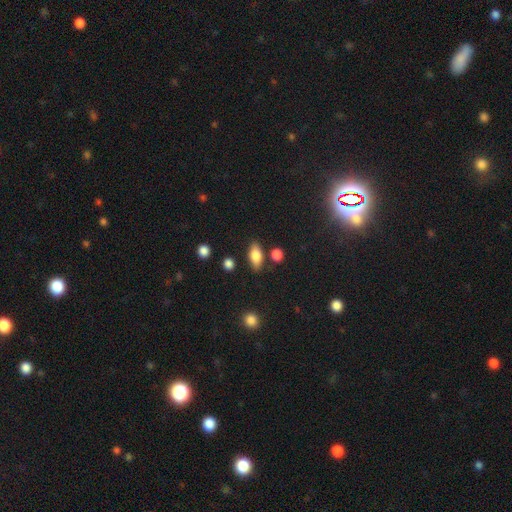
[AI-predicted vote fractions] A smooth galaxy with no disk features (78%) that is in between round and cigar-shaped (82%). Merging: none (79%).